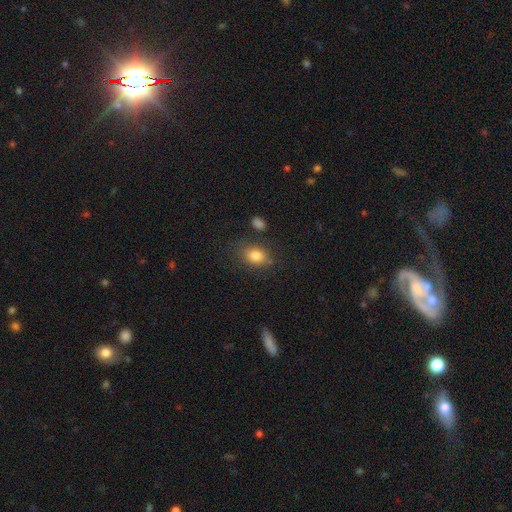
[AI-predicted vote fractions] A smooth galaxy with no disk features (82%) that is in between round and cigar-shaped (68%).

Vote fractions:
- Smooth or featured? smooth: 82% / star or artifact: 10% / featured or disk: 8%
- How rounded? in between: 68% / round: 31% / cigar-shaped: 2%
- Merging? none: 69% / minor disturbance: 19% / major disturbance: 7% / merger: 6%